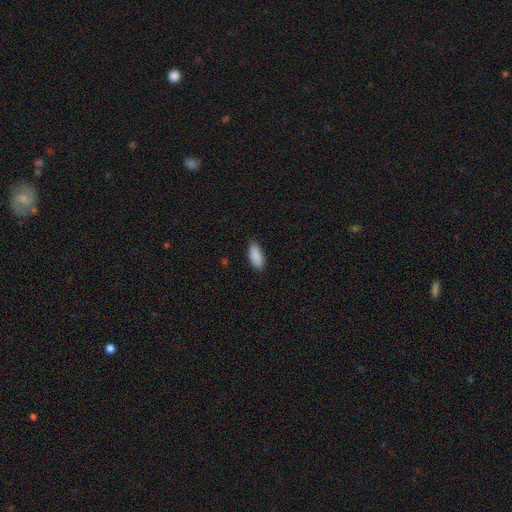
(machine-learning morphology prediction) A smooth galaxy with no disk features (89%) that is in between round and cigar-shaped (85%). Merging: none (83%).